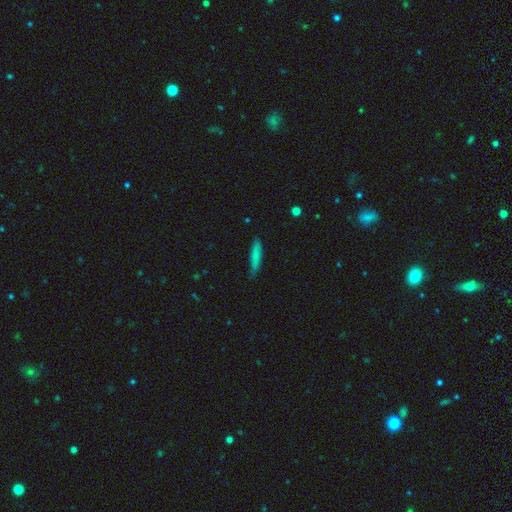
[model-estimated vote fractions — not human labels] smooth_or_featured: smooth (p=0.78) [alt: featured or disk p=0.16]
how_rounded: cigar-shaped (p=0.80) [alt: in between p=0.18]
merging: none (p=0.69) [alt: minor disturbance p=0.25]